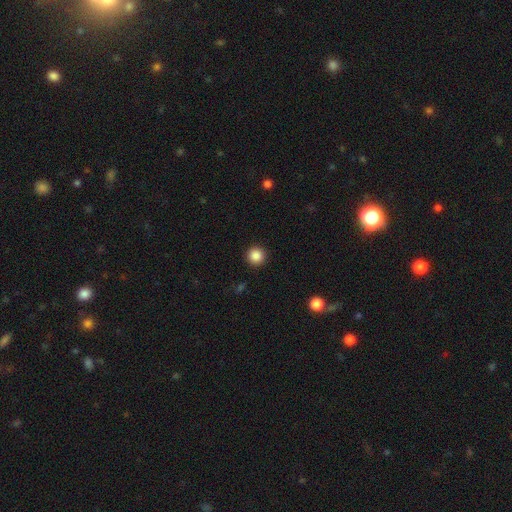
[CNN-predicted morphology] A smooth galaxy with no disk features (87%) that is round (96%). Merging: none (93%).